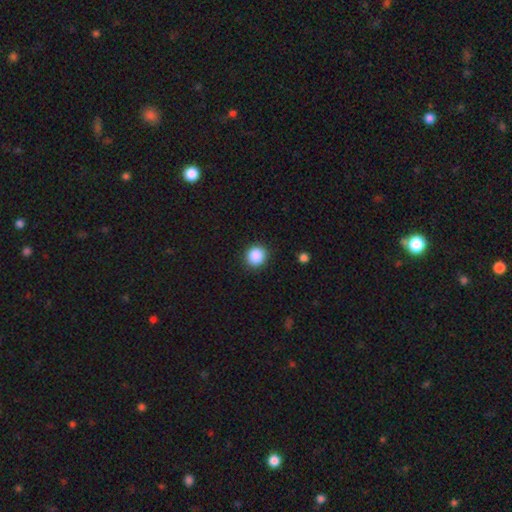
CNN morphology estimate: type=smooth (88%); roundness=round (90%); merging=none (90%).